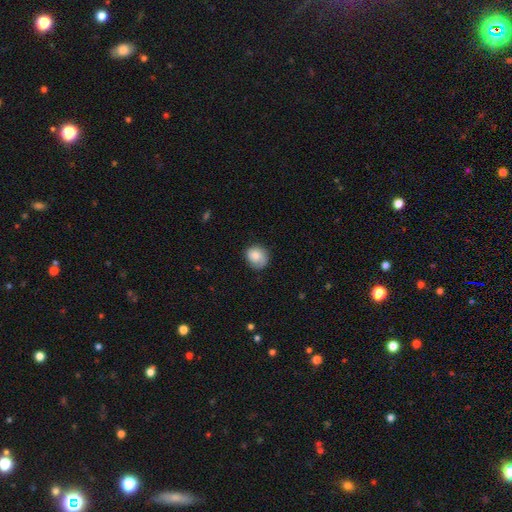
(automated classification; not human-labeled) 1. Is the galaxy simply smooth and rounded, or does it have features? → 74% smooth, 19% featured or disk, 7% star or artifact.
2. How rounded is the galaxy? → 72% round, 27% in between, 1% cigar-shaped.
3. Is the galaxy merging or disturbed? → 68% none, 23% minor disturbance, 8% major disturbance, 1% merger.